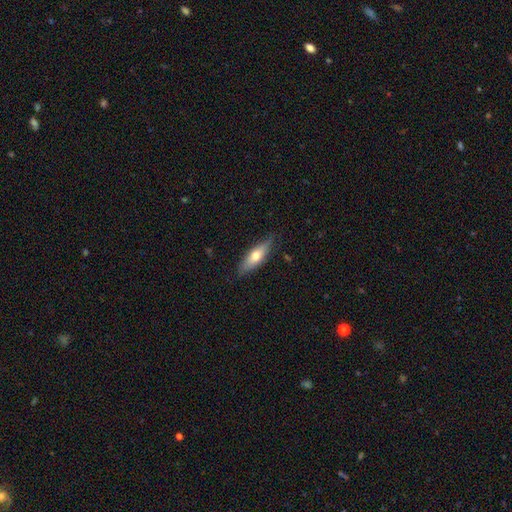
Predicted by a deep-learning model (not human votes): A smooth galaxy with no disk features (62%) that is in between round and cigar-shaped (53%). Merging: none (80%).